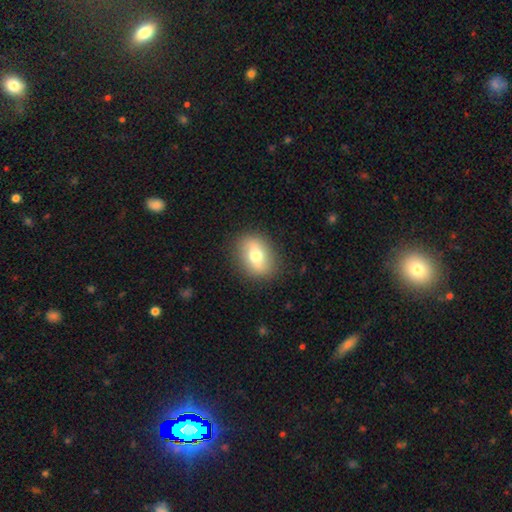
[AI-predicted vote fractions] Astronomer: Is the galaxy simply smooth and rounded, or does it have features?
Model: smooth — 65%.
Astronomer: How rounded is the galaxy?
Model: in between — 67%.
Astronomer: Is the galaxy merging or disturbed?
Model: none — 86%.